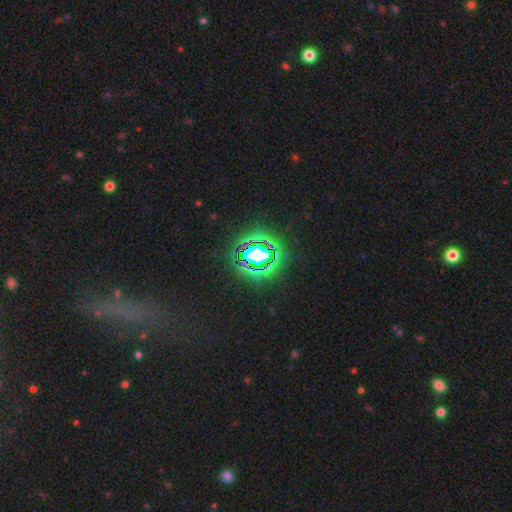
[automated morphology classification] smooth-or-featured: star or artifact: 72% | smooth: 16% | featured or disk: 12%